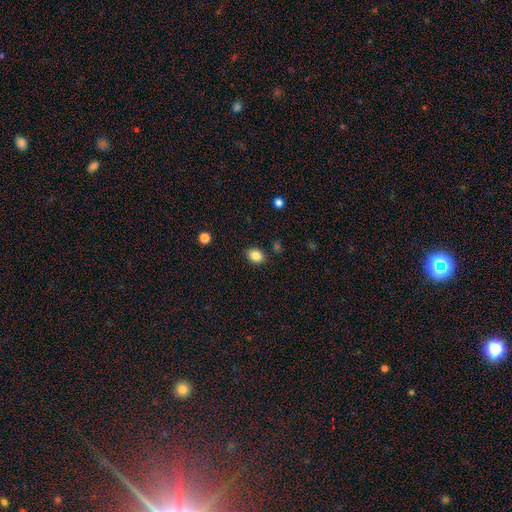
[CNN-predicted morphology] Smooth or featured: smooth — 85% (star or artifact — 10%)
How rounded: in between — 65% (round — 34%)
Merging: none — 86% (minor disturbance — 10%)